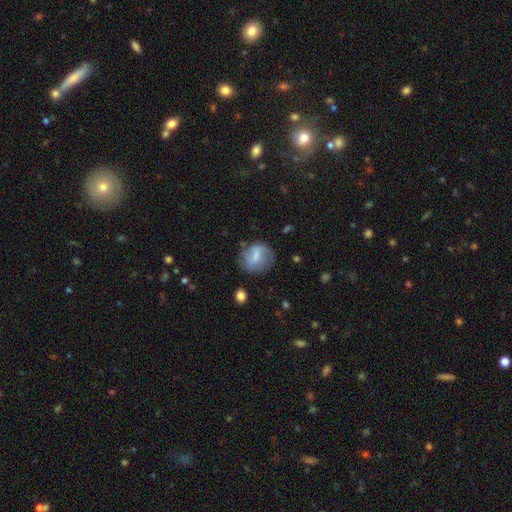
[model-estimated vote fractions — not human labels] smooth-or-featured: smooth: 59% | featured or disk: 33% | star or artifact: 8%
  how-rounded: round: 72% | in between: 27% | cigar-shaped: 1%
  merging: none: 63% | minor disturbance: 24% | major disturbance: 11% | merger: 3%